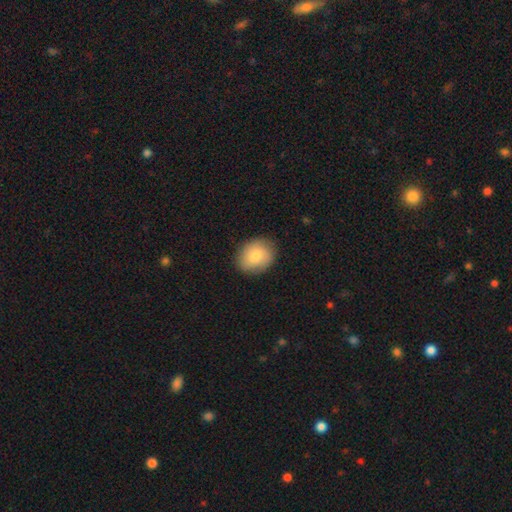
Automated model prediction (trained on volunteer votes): Smooth or featured: smooth — 82% (featured or disk — 11%)
How rounded: round — 51% (in between — 48%)
Merging: none — 84% (minor disturbance — 12%)